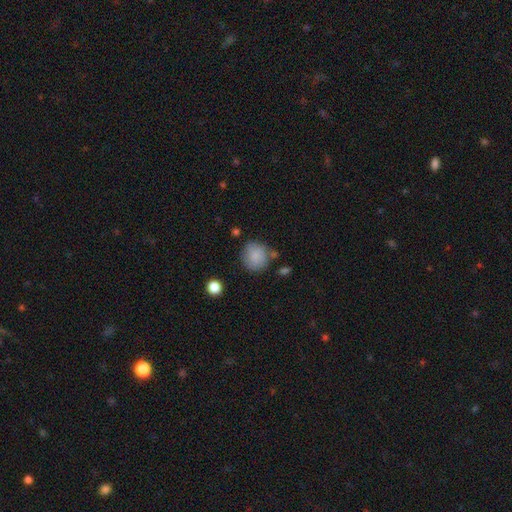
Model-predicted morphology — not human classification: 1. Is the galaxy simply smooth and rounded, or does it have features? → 85% smooth, 8% star or artifact, 7% featured or disk.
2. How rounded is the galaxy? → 88% round, 11% in between, 1% cigar-shaped.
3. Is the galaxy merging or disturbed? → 71% none, 17% minor disturbance, 7% merger, 5% major disturbance.